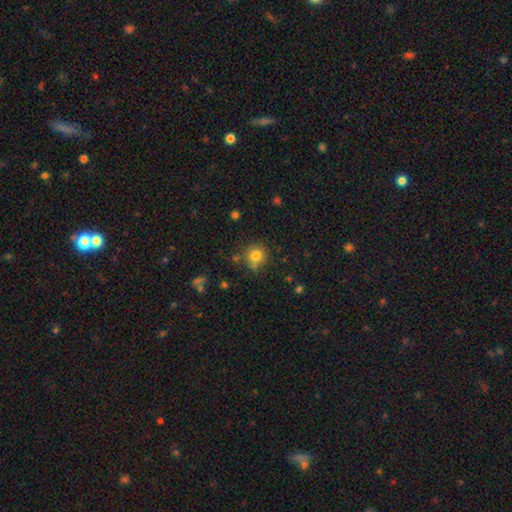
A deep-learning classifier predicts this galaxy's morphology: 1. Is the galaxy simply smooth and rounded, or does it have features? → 81% smooth, 11% star or artifact, 8% featured or disk.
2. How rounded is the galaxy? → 89% round, 10% in between, 1% cigar-shaped.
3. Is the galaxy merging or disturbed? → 74% none, 16% minor disturbance, 5% merger, 4% major disturbance.